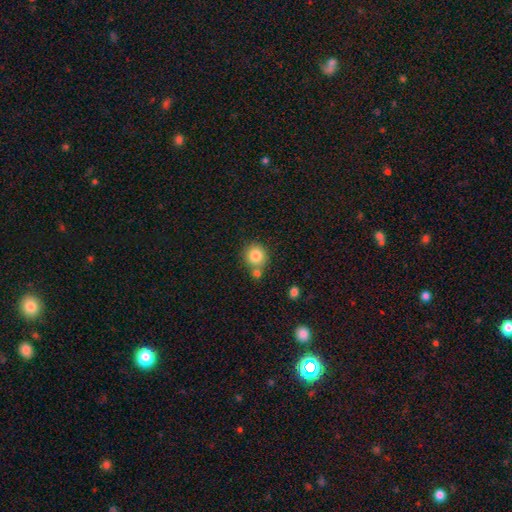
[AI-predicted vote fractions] This appears to be a smooth galaxy with no disk features (82%) that is round (89%). Merging: none (64%).